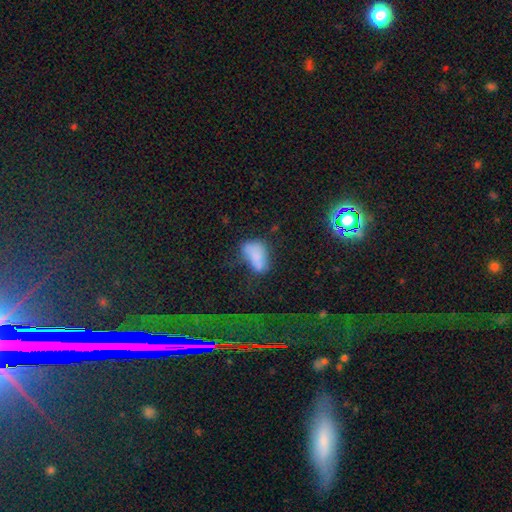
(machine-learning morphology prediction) A smooth galaxy with no disk features (69%) that is in between round and cigar-shaped (90%). Merging: major disturbance (30%, tied with none).